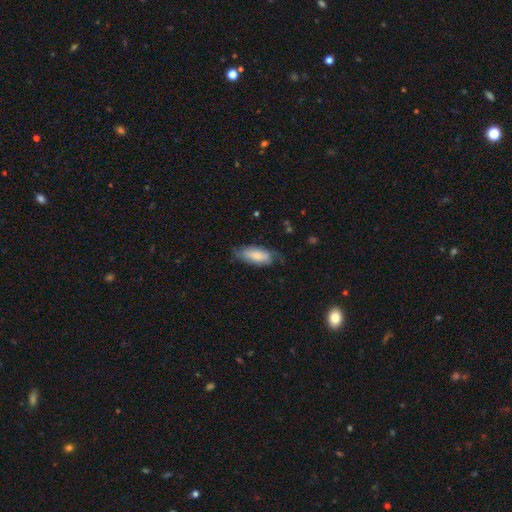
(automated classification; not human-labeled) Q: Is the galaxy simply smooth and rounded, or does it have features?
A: smooth — 65%.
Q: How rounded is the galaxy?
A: in between — 81%.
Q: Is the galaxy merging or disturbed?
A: none — 63%.